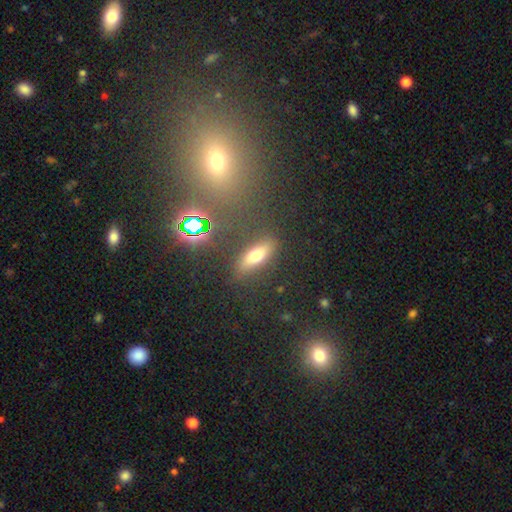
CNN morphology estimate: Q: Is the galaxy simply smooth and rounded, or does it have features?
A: smooth — 63%.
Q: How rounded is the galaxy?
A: in between — 58%.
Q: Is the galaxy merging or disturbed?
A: none — 81%.